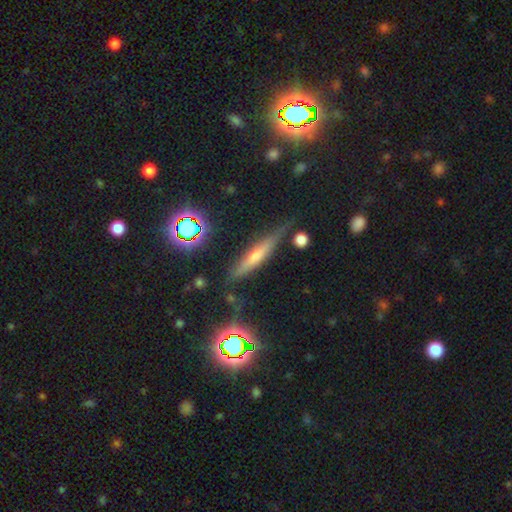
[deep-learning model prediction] Overall: featured or disk (43%; smooth 41%). Merging: none (78%).